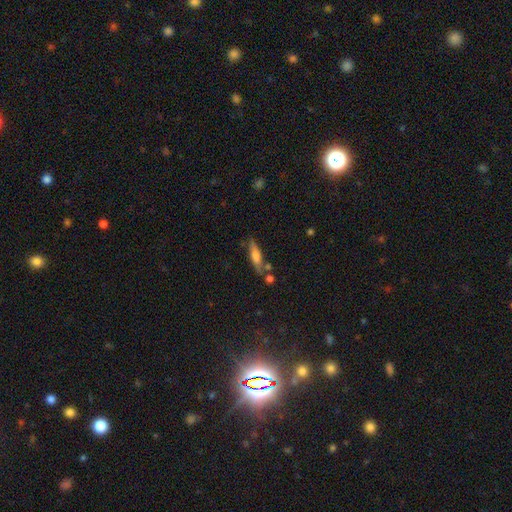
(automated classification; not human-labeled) Morphology: type=smooth (55%); roundness=cigar-shaped (71%); merging=none (69%).